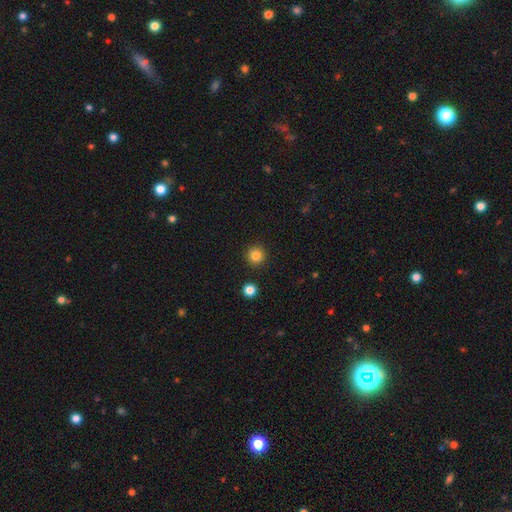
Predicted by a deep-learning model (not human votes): Morphology: type=smooth (84%); roundness=round (95%); merging=none (92%).